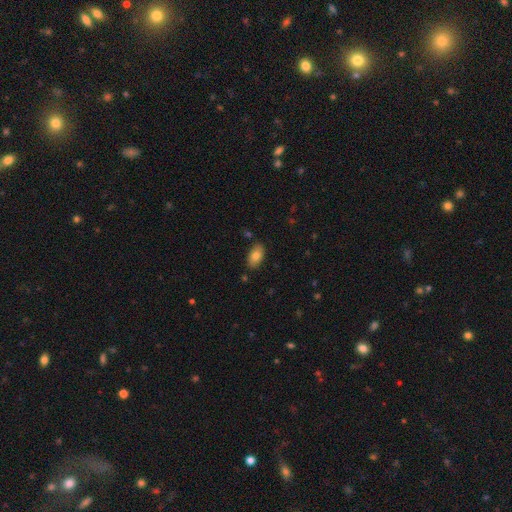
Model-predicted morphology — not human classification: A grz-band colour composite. It shows a smooth galaxy with no disk features (82%) that is in between round and cigar-shaped (93%). Merging: none (84%).